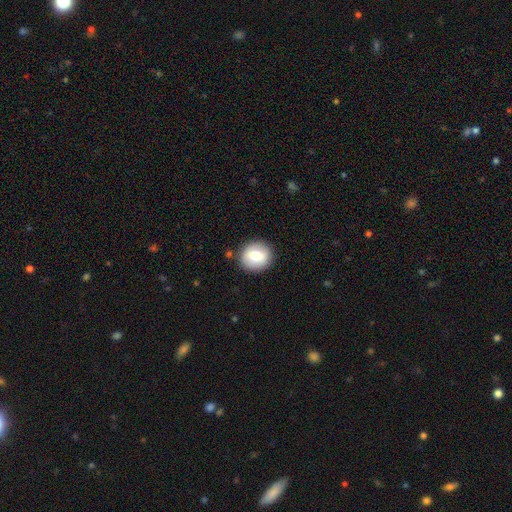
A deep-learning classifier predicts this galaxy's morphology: Smooth or featured? smooth (68%)
How rounded? round (83%)
Merging? none (87%)